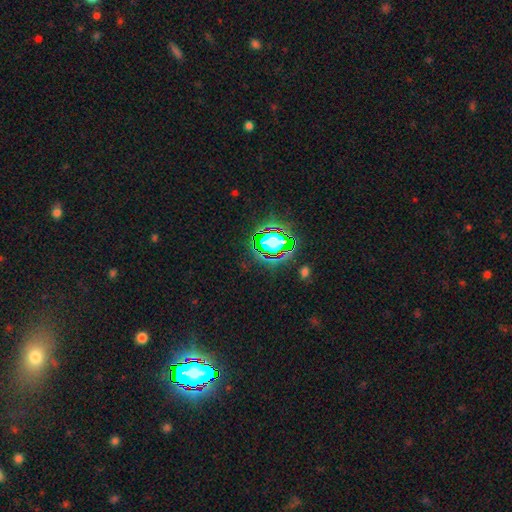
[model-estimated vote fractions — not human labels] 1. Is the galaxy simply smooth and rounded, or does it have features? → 81% star or artifact, 11% smooth, 8% featured or disk.